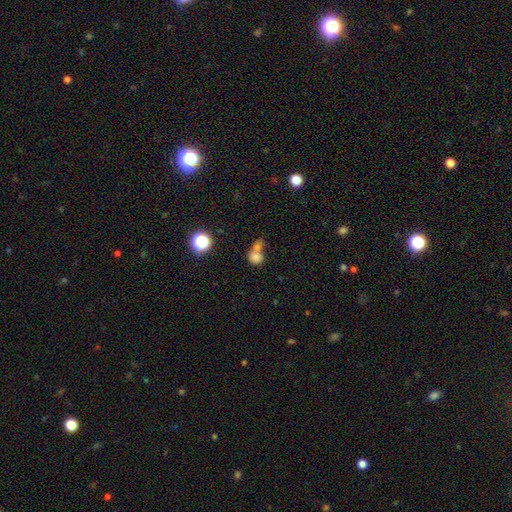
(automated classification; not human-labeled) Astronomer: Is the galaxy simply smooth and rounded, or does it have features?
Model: smooth — 76%.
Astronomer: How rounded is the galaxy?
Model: round — 65%.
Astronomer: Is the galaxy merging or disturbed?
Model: merger — 60%.